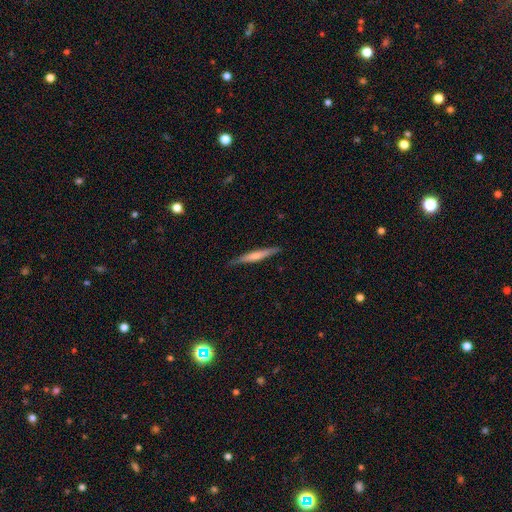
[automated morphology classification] A smooth galaxy with no disk features (53%) that is cigar-shaped (94%).

Vote fractions:
- Smooth or featured? smooth: 53% / featured or disk: 42% / star or artifact: 5%
- How rounded? cigar-shaped: 94% / in between: 4% / round: 1%
- Merging? none: 86% / minor disturbance: 11% / major disturbance: 2% / merger: 1%